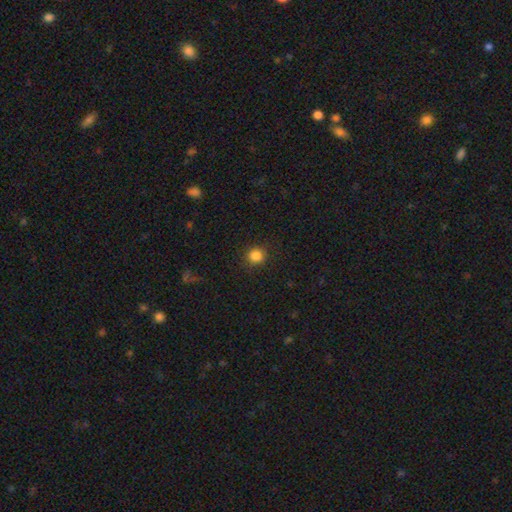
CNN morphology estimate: This appears to be a smooth galaxy with no disk features (85%) that is round (91%). Merging: none (89%).